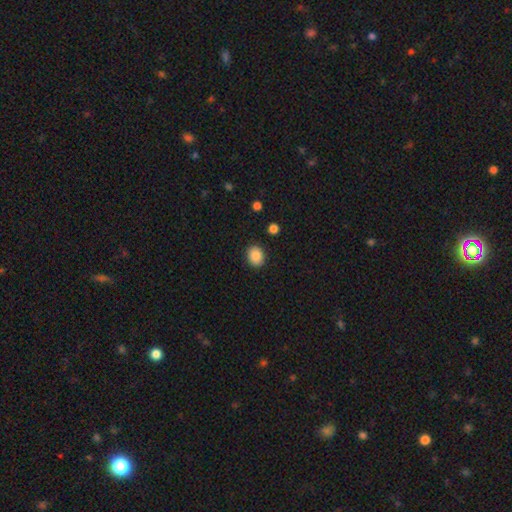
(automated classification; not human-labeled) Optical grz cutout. It shows a smooth galaxy with no disk features (88%) that is in between round and cigar-shaped (50%). Merging: none (89%).